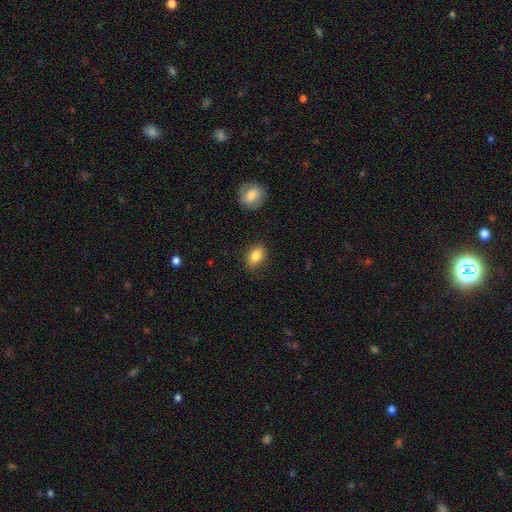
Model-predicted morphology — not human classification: The model was most divided on "how rounded": in between: 74%, round: 25%, cigar-shaped: 2%. More confident: merging — none (85%); smooth or featured — smooth (84%).